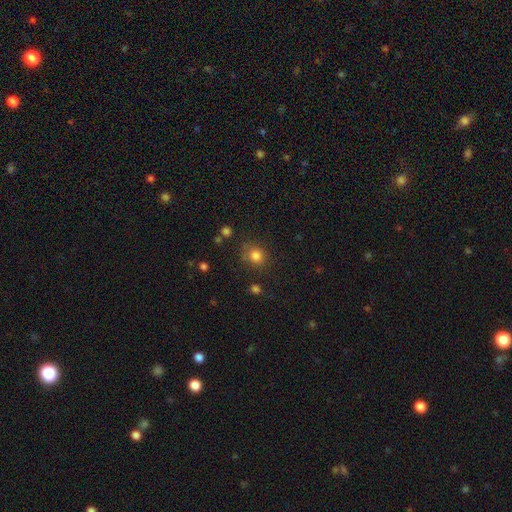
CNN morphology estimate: smooth_or_featured: smooth (p=0.82) [alt: star or artifact p=0.13]
how_rounded: round (p=0.80) [alt: in between p=0.19]
merging: none (p=0.75) [alt: minor disturbance p=0.16]